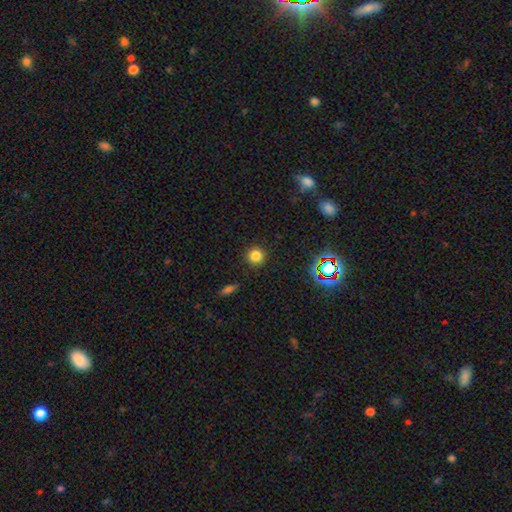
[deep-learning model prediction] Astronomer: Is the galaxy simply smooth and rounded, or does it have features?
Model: smooth — 80%.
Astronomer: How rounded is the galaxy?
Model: round — 93%.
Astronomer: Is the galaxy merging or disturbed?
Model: none — 90%.